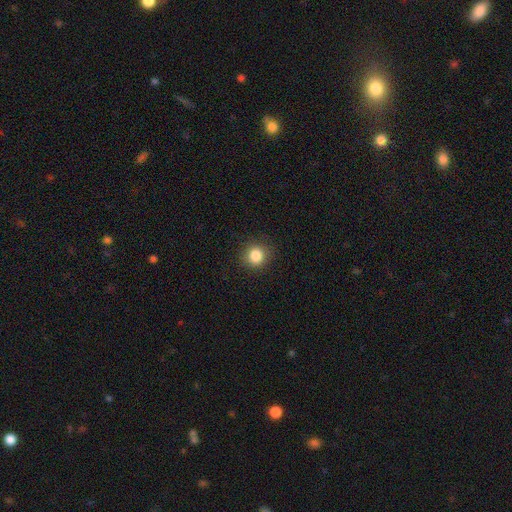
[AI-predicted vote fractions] Smooth or featured? smooth (85%)
How rounded? round (90%)
Merging? none (89%)